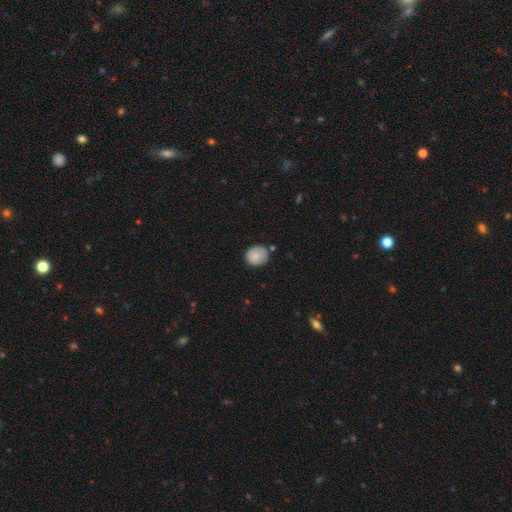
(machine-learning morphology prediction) Smooth or featured? smooth (81%)
How rounded? round (81%)
Merging? none (77%)